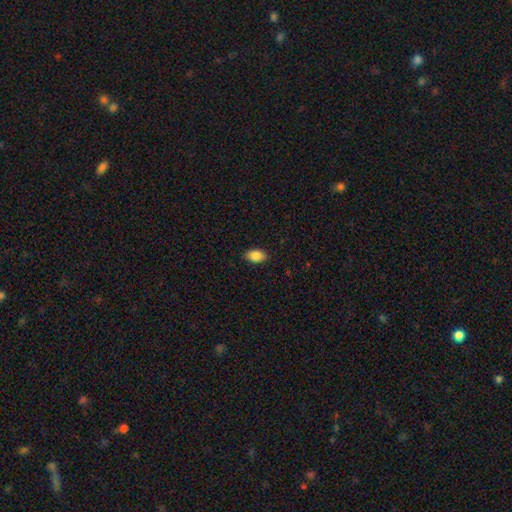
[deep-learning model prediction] Smooth or featured? Predicted: smooth (p=0.87). How rounded? Predicted: in between (p=0.90). Merging? Predicted: none (p=0.89).